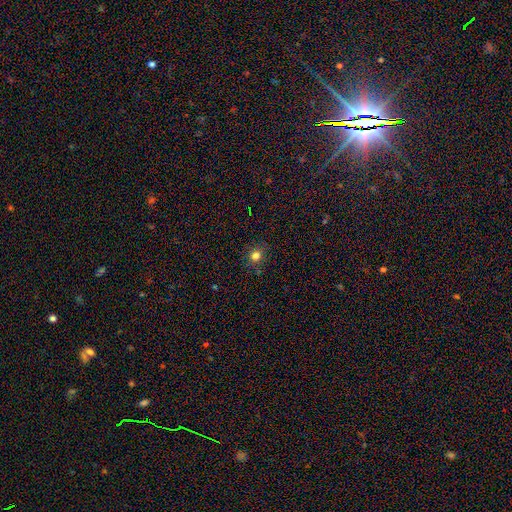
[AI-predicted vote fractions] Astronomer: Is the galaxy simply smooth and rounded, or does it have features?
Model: smooth — 76%.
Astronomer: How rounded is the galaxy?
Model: round — 84%.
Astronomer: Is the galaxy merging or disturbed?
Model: none — 86%.